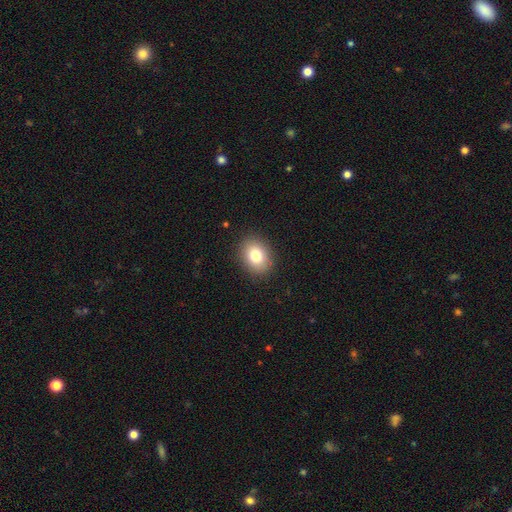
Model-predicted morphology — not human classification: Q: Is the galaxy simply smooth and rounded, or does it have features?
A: smooth — 81%.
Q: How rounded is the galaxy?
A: in between — 59%.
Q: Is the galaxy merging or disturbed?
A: none — 89%.